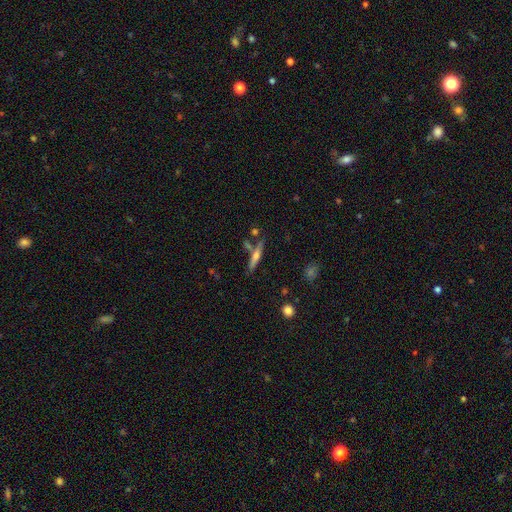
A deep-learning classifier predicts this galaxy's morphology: smooth-or-featured: featured or disk: 51% | smooth: 41% | star or artifact: 8%
  disk-edge-on: yes: 95% | no: 5%
  merging: none: 71% | merger: 14% | minor disturbance: 12% | major disturbance: 4%